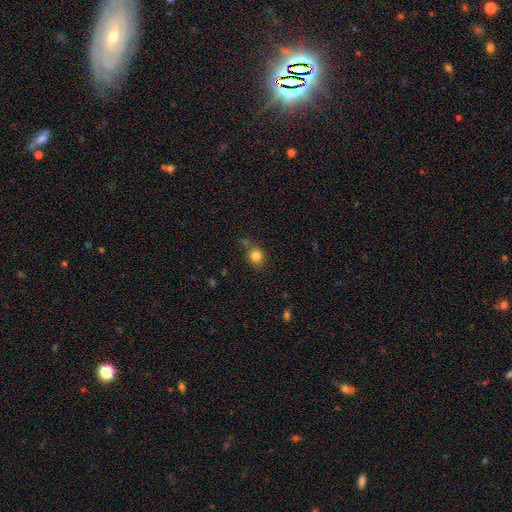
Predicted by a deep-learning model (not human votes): smooth-or-featured: smooth: 83% | star or artifact: 11% | featured or disk: 6%
  how-rounded: round: 76% | in between: 23% | cigar-shaped: 1%
  merging: none: 67% | minor disturbance: 17% | merger: 11% | major disturbance: 5%